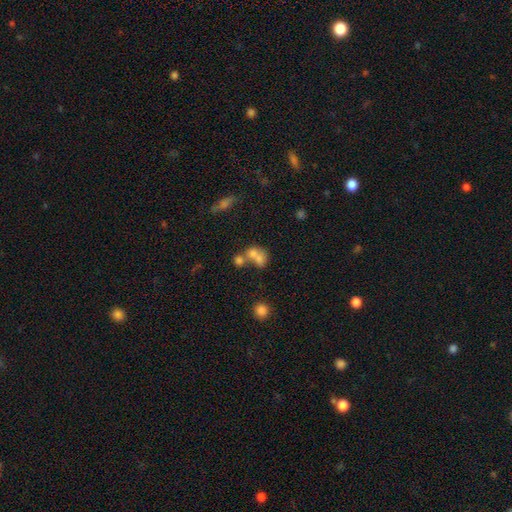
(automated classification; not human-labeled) The model was most divided on "how rounded": in between: 52%, round: 47%, cigar-shaped: 2%. More confident: smooth or featured — smooth (65%); merging — merger (62%).